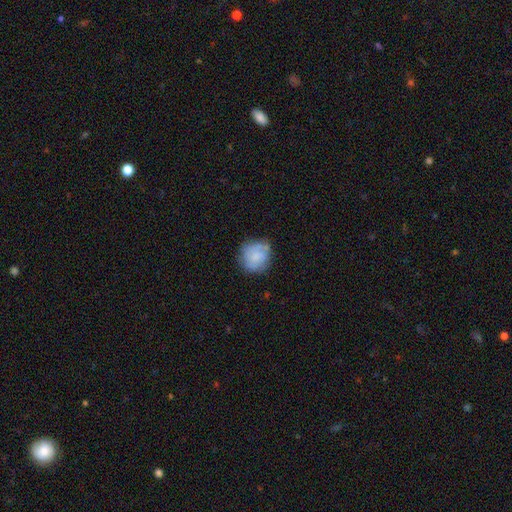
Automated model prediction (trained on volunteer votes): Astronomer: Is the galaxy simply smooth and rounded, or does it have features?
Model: smooth — 56% (runner-up: featured or disk, 36%).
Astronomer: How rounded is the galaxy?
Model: round — 84%.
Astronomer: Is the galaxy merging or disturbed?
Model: none — 69%.